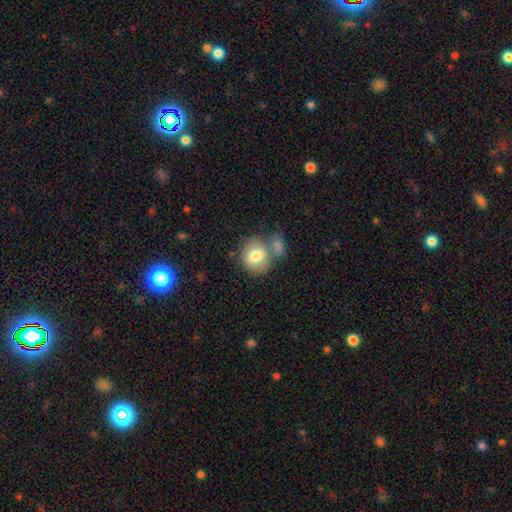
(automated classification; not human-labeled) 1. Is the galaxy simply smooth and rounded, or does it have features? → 76% smooth, 17% featured or disk, 7% star or artifact.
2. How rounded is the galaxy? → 68% round, 31% in between, 1% cigar-shaped.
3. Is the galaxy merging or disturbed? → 50% none, 34% merger, 12% minor disturbance, 4% major disturbance.